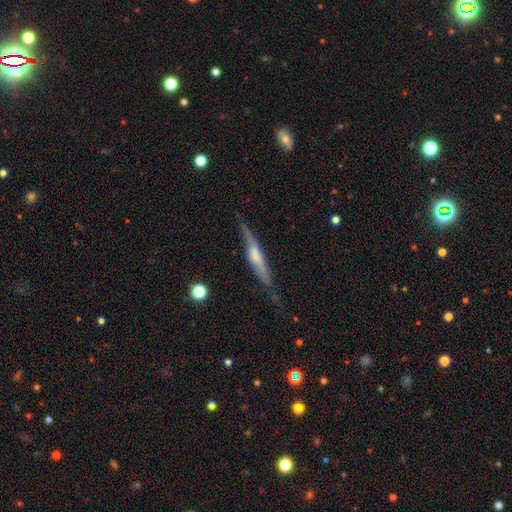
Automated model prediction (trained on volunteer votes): Smooth or featured? featured or disk (61%)
Edge-on disk? yes (93%)
Edge-on bulge? rounded (43%)
Merging? none (71%)